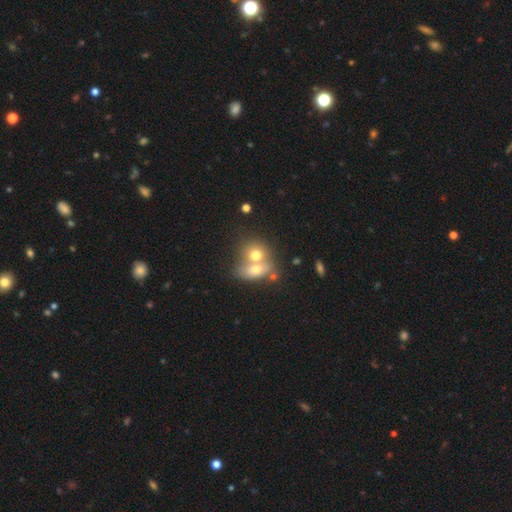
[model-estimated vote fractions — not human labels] This appears to be a smooth galaxy with no disk features (69%) that is round (51%). Merging: merger (68%).